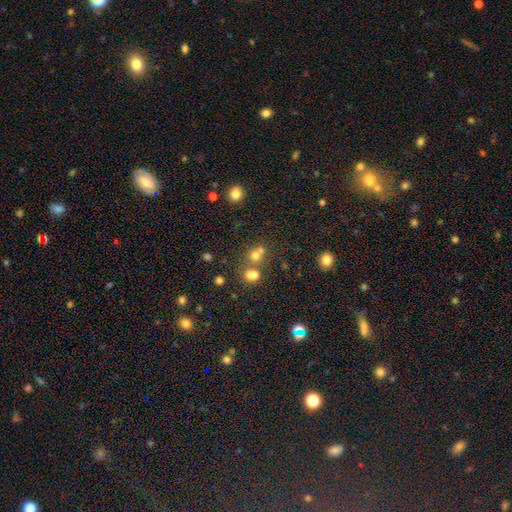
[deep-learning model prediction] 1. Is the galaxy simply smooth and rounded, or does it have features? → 62% smooth, 26% star or artifact, 11% featured or disk.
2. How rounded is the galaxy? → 79% round, 20% in between, 1% cigar-shaped.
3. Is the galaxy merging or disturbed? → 47% none, 43% merger, 7% minor disturbance, 3% major disturbance.